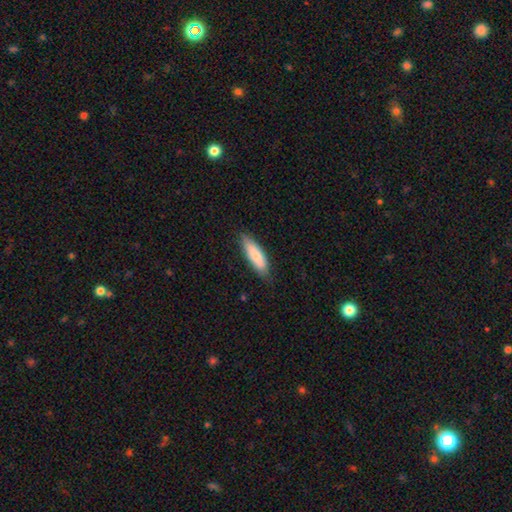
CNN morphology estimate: Smooth or featured? smooth (78%)
How rounded? cigar-shaped (50%)
Merging? none (79%)